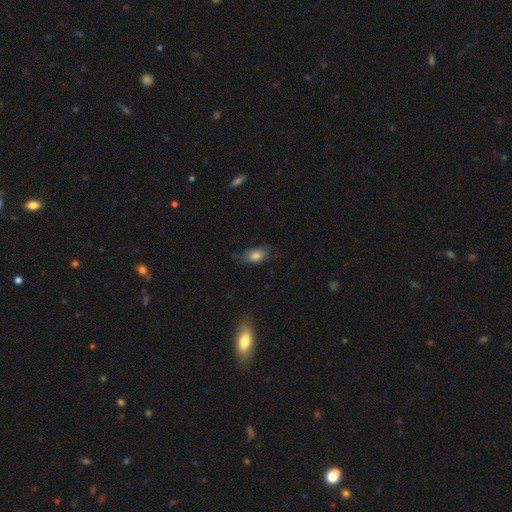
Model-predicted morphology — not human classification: The model was most divided on "merging": none: 65%, minor disturbance: 26%, major disturbance: 7%, merger: 2%. More confident: how rounded — in between (86%); smooth or featured — smooth (79%).